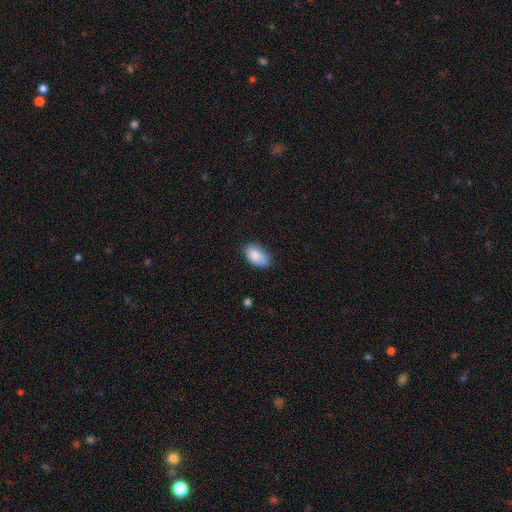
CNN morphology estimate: Overall: smooth (86%). How rounded: in between (92%). Merging: none (66%; minor disturbance 28%).